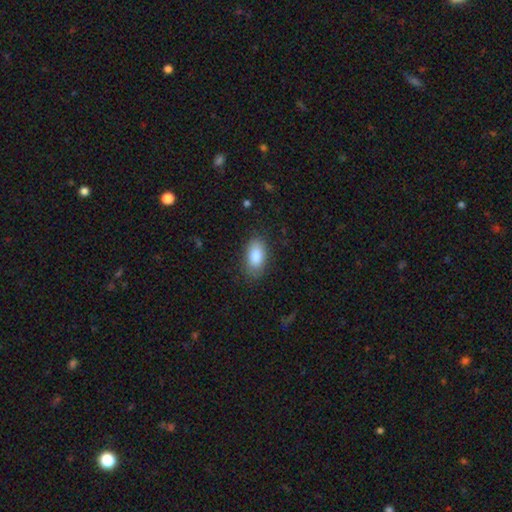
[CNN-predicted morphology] smooth_or_featured: smooth (p=0.85) [alt: featured or disk p=0.08]
how_rounded: in between (p=0.92) [alt: round p=0.04]
merging: none (p=0.83) [alt: minor disturbance p=0.13]